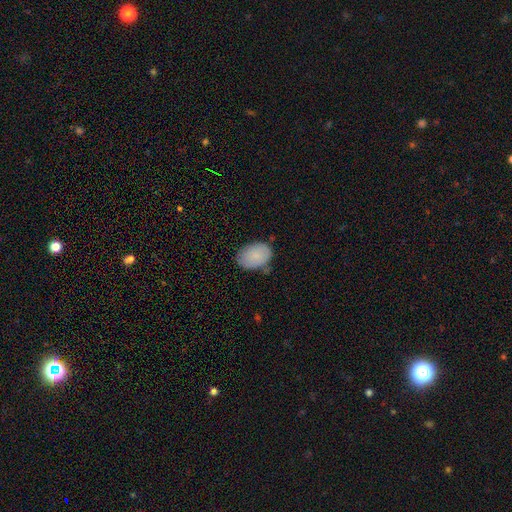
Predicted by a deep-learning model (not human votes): Q: Smooth or featured?
A: smooth (84%); runner-up: featured or disk (9%)
Q: How rounded?
A: in between (85%); runner-up: round (14%)
Q: Merging?
A: none (67%); runner-up: minor disturbance (24%)